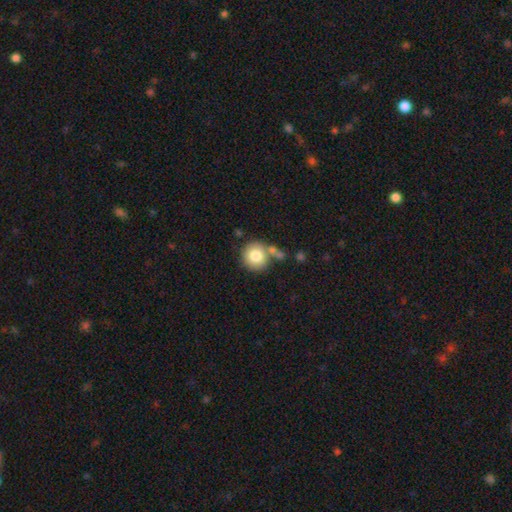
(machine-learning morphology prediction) Smooth or featured: smooth — 80% (featured or disk — 11%)
How rounded: round — 92% (in between — 7%)
Merging: none — 68% (merger — 16%)